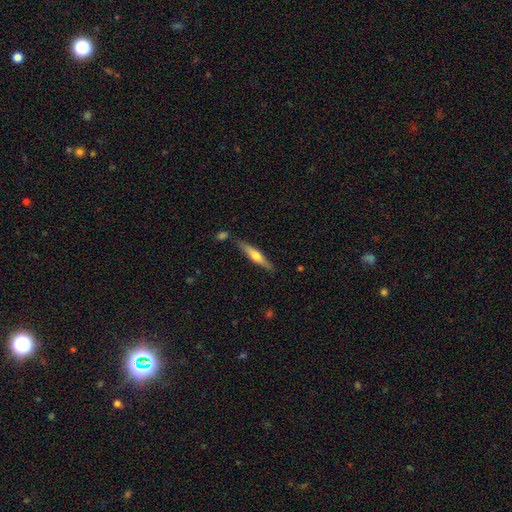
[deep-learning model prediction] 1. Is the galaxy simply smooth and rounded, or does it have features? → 50% featured or disk, 44% smooth, 6% star or artifact.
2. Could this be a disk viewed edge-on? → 94% yes, 6% no.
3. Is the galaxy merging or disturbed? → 83% none, 11% minor disturbance, 4% merger, 2% major disturbance.